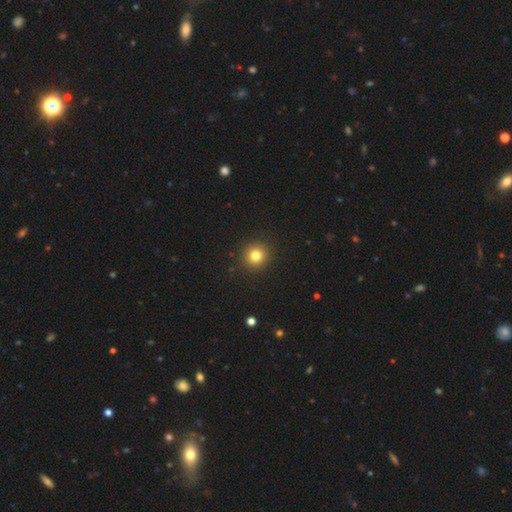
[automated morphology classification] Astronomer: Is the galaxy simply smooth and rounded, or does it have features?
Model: smooth — 80%.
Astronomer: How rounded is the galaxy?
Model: round — 92%.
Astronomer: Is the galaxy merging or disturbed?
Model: none — 92%.